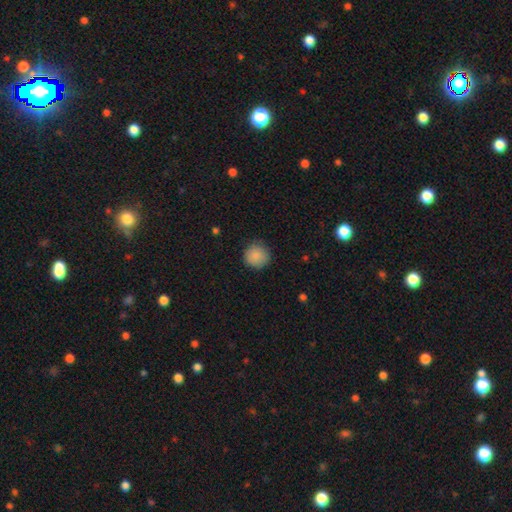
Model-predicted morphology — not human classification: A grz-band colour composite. It shows a smooth galaxy with no disk features (87%) that is round (93%). Merging: none (85%).